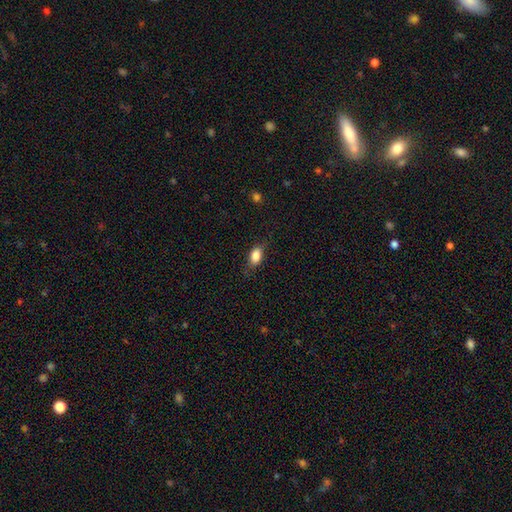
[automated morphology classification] Overall: smooth (85%). How rounded: in between (86%). Merging: none (75%).